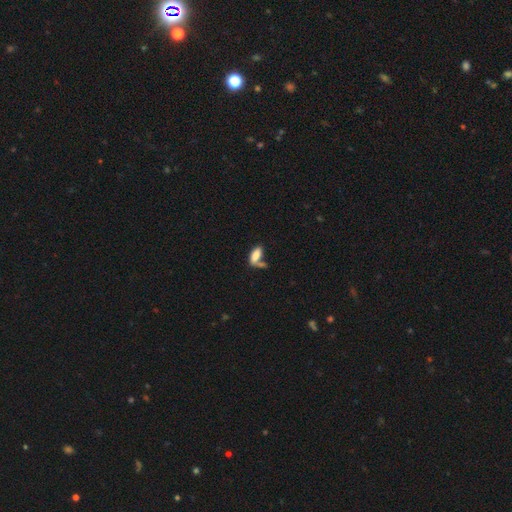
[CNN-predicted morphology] type=smooth (82%); roundness=in between (81%); merging=none (40%).